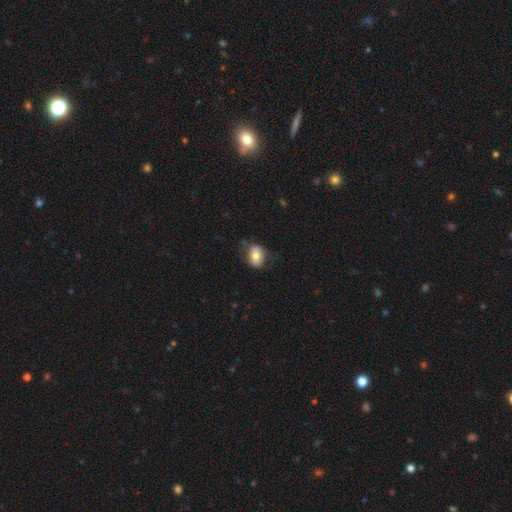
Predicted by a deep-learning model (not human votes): Smooth or featured: smooth — 71% (featured or disk — 21%)
How rounded: in between — 57% (round — 42%)
Merging: none — 65% (minor disturbance — 23%)